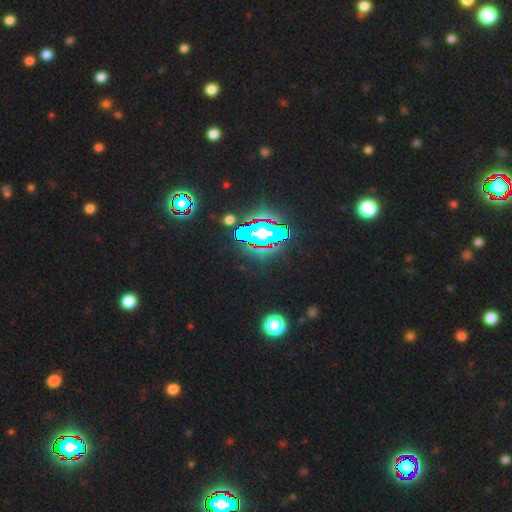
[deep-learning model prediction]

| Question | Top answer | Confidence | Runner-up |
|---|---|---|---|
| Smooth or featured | star or artifact | 84% | smooth (10%) |